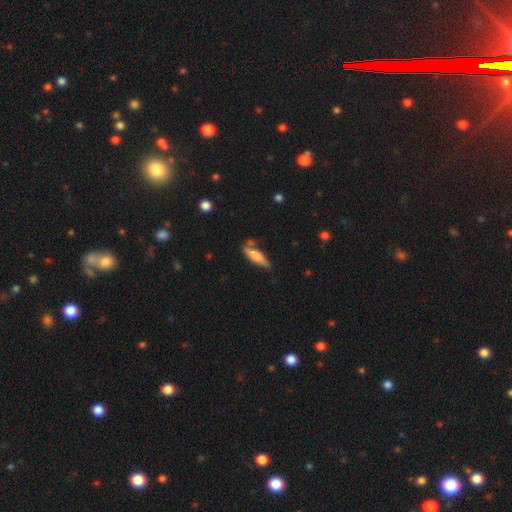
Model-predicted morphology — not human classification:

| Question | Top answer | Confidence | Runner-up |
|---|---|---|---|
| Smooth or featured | smooth | 70% | featured or disk (24%) |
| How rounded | cigar-shaped | 62% | in between (36%) |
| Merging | none | 66% | minor disturbance (20%) |